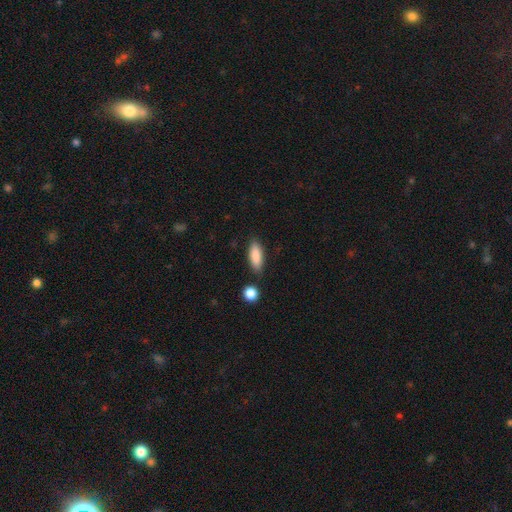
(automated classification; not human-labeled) Smooth or featured? smooth (86%)
How rounded? in between (66%)
Merging? none (81%)